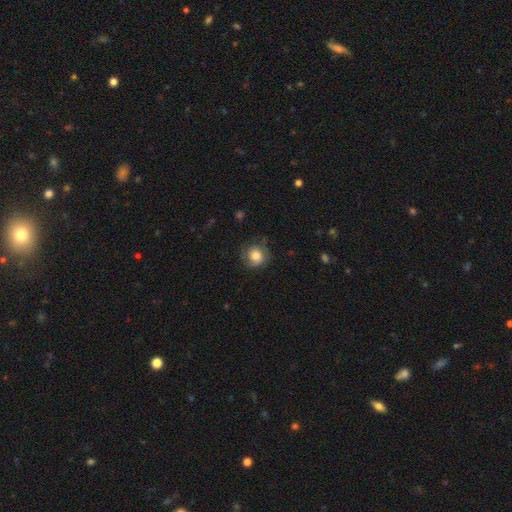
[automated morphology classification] A smooth galaxy with no disk features (69%) that is round (85%).

Vote fractions:
- Smooth or featured? smooth: 69% / featured or disk: 22% / star or artifact: 8%
- How rounded? round: 85% / in between: 14% / cigar-shaped: 1%
- Merging? none: 68% / minor disturbance: 22% / major disturbance: 9% / merger: 1%